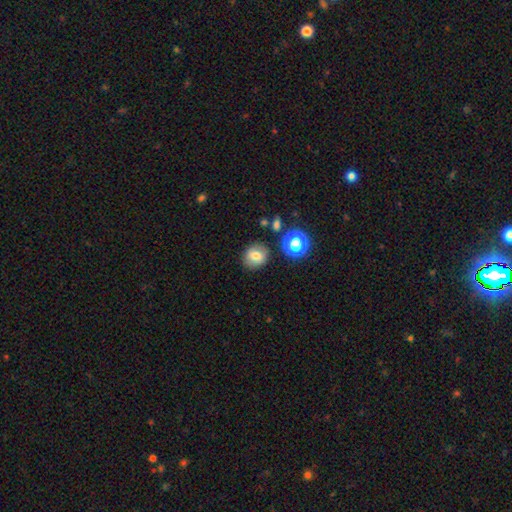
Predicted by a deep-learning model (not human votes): Q: Smooth or featured?
A: smooth (72%); runner-up: featured or disk (15%)
Q: How rounded?
A: round (73%); runner-up: in between (26%)
Q: Merging?
A: none (83%); runner-up: minor disturbance (10%)